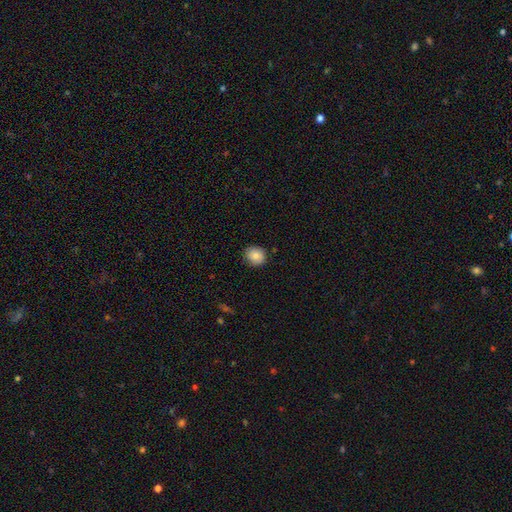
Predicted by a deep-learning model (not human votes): A smooth galaxy with no disk features (85%) that is round (78%).

Vote fractions:
- Smooth or featured? smooth: 85% / star or artifact: 8% / featured or disk: 7%
- How rounded? round: 78% / in between: 21% / cigar-shaped: 1%
- Merging? none: 87% / minor disturbance: 10% / major disturbance: 2% / merger: 1%